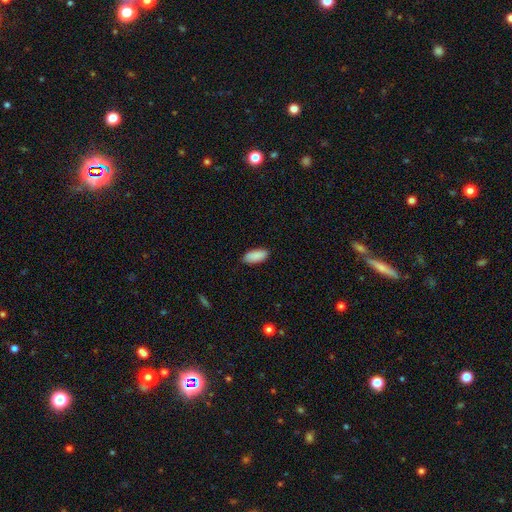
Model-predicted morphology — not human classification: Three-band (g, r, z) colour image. It shows a smooth galaxy with no disk features (91%) that is in between round and cigar-shaped (88%). Merging: none (89%).